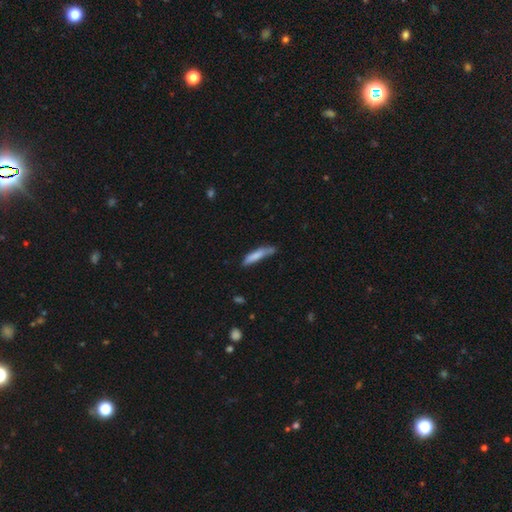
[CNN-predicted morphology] This appears to be a smooth galaxy with no disk features (78%) that is cigar-shaped (85%). Merging: none (57%).